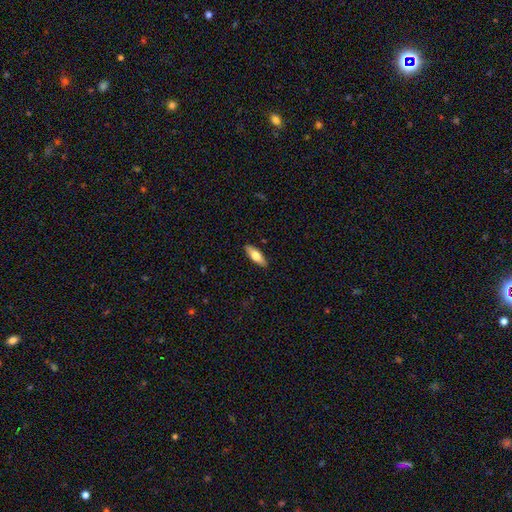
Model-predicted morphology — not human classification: Smooth or featured? smooth (66%)
How rounded? in between (57%)
Merging? none (90%)